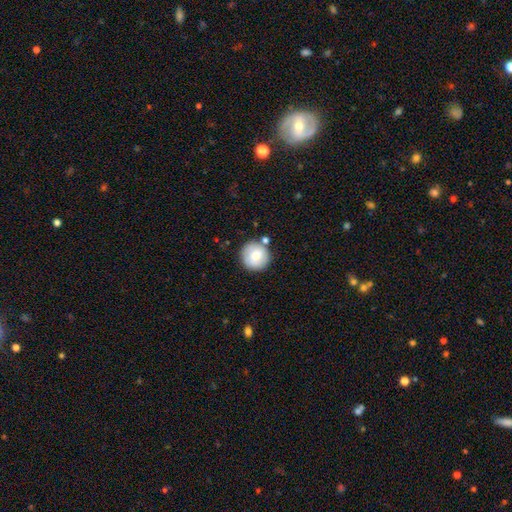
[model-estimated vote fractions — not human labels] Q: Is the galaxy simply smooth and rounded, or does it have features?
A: smooth — 79%.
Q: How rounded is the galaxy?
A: round — 94%.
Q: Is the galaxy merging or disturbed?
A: none — 79%.